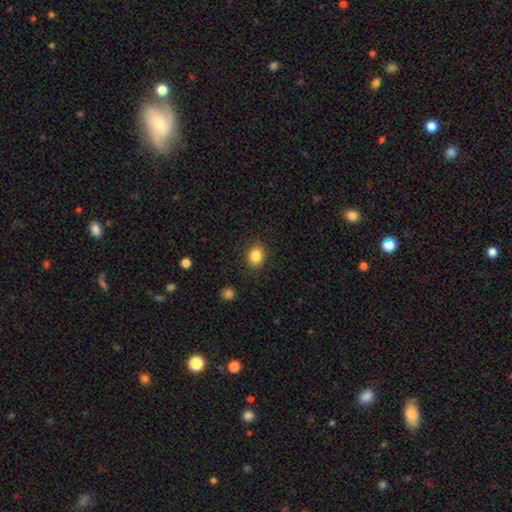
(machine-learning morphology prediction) Q: Smooth or featured?
A: smooth (85%); runner-up: star or artifact (10%)
Q: How rounded?
A: in between (57%); runner-up: round (42%)
Q: Merging?
A: none (87%); runner-up: minor disturbance (9%)